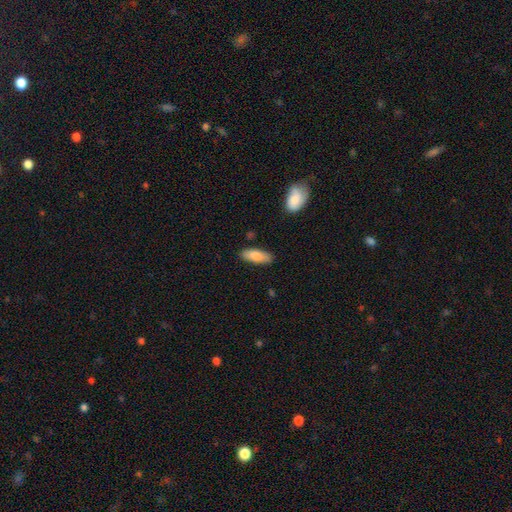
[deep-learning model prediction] Q: Smooth or featured?
A: smooth (83%); runner-up: featured or disk (11%)
Q: How rounded?
A: in between (73%); runner-up: cigar-shaped (25%)
Q: Merging?
A: none (84%); runner-up: minor disturbance (12%)